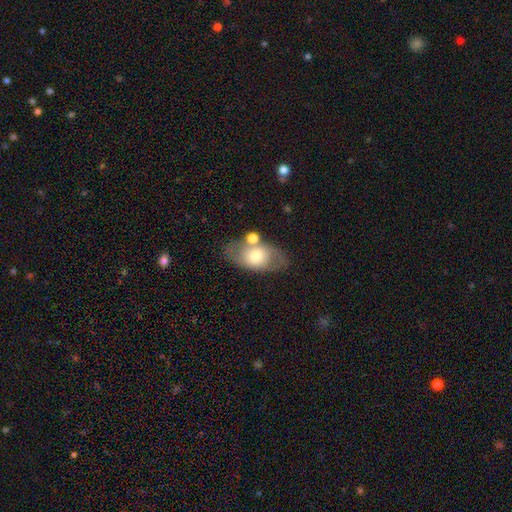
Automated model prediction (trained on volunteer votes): A smooth galaxy with no disk features (58%) that is in between round and cigar-shaped (85%). Merging: none (59%).